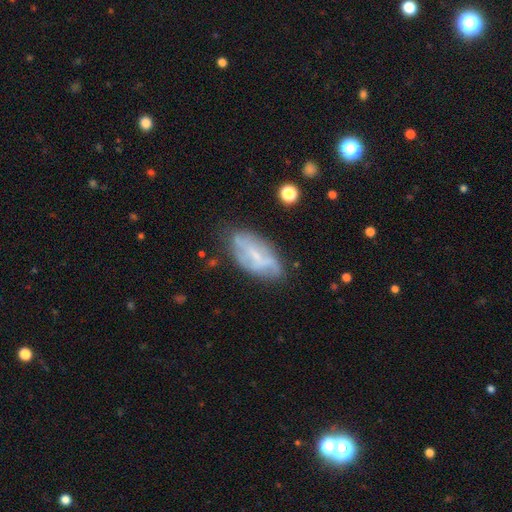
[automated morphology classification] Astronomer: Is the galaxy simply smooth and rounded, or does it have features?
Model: featured or disk — 59%.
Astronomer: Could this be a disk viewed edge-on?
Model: no — 86%.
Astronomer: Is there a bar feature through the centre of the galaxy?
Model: weak — 42% (runner-up: no, 33%).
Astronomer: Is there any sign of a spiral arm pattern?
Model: yes — 56% (runner-up: no, 44%).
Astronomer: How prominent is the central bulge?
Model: small — 55%.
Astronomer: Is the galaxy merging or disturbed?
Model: none — 64%.